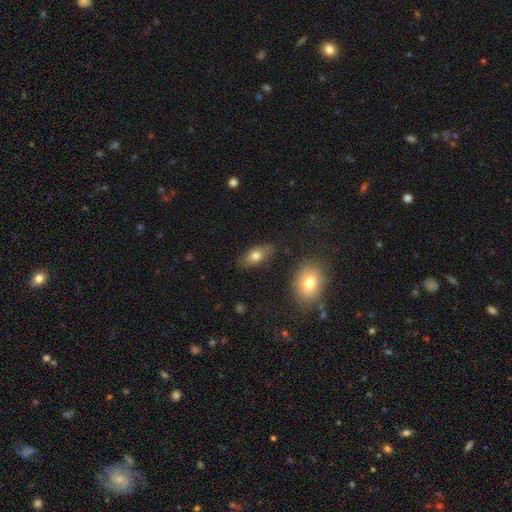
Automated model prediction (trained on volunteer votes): Smooth or featured?
  - smooth: 72% *
  - featured or disk: 19%
  - star or artifact: 9%
How rounded?
  - in between: 84% *
  - cigar-shaped: 10%
  - round: 6%
Merging?
  - none: 82% *
  - minor disturbance: 12%
  - major disturbance: 3%
  - merger: 3%